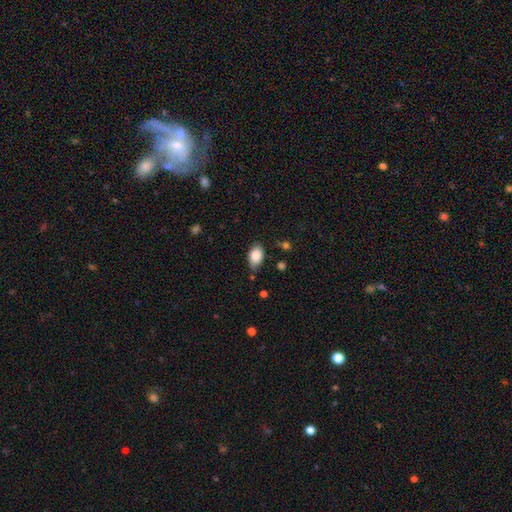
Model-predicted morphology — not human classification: Smooth or featured? Predicted: smooth (p=0.86). How rounded? Predicted: in between (p=0.91). Merging? Predicted: none (p=0.76).